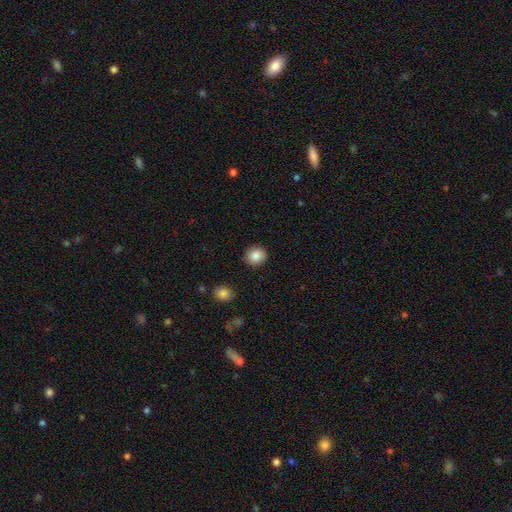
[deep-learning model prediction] Q: Smooth or featured?
A: smooth (86%); runner-up: star or artifact (9%)
Q: How rounded?
A: round (86%); runner-up: in between (14%)
Q: Merging?
A: none (91%); runner-up: minor disturbance (6%)